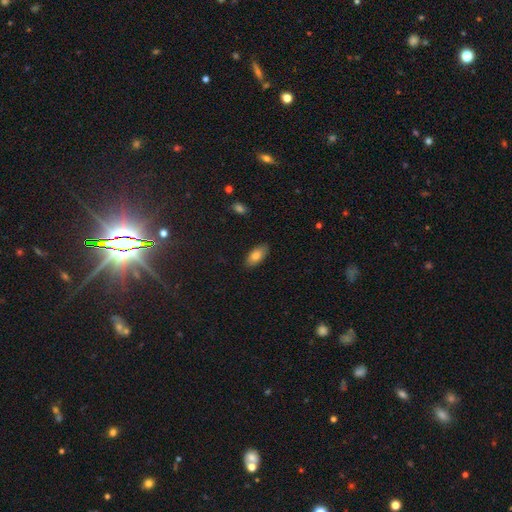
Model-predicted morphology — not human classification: A smooth galaxy with no disk features (82%) that is in between round and cigar-shaped (90%).

Vote fractions:
- Smooth or featured? smooth: 82% / featured or disk: 11% / star or artifact: 7%
- How rounded? in between: 90% / cigar-shaped: 7% / round: 3%
- Merging? none: 86% / minor disturbance: 10% / major disturbance: 2% / merger: 1%